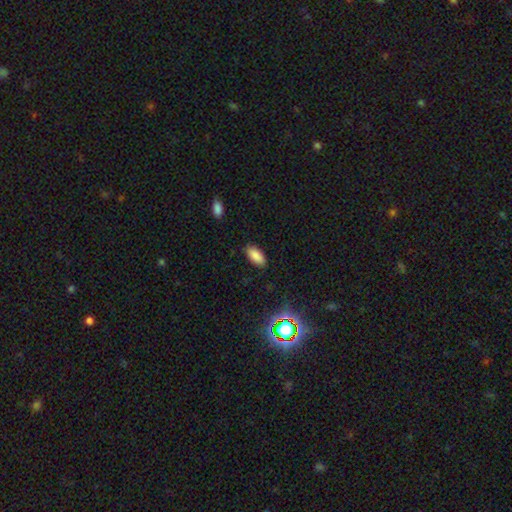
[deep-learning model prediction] This is clearly a smooth galaxy (85%). How rounded: clearly in between (90%). Merging: clearly none (85%).